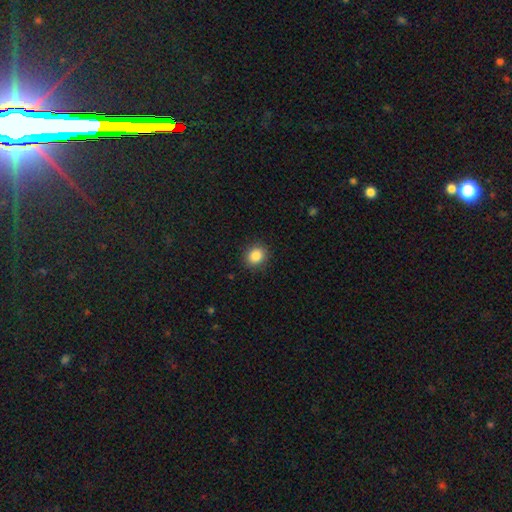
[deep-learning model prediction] The model was most divided on "how rounded": round: 74%, in between: 25%, cigar-shaped: 1%. More confident: merging — none (89%); smooth or featured — smooth (87%).